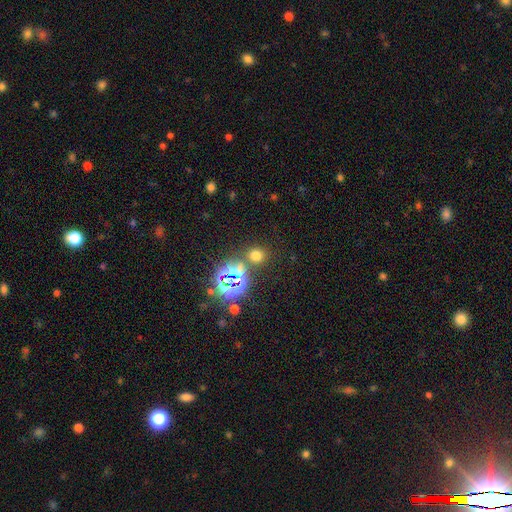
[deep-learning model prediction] smooth-or-featured: smooth: 60% | star or artifact: 34% | featured or disk: 6%
  how-rounded: round: 80% | in between: 19% | cigar-shaped: 1%
  merging: none: 80% | merger: 8% | minor disturbance: 8% | major disturbance: 4%